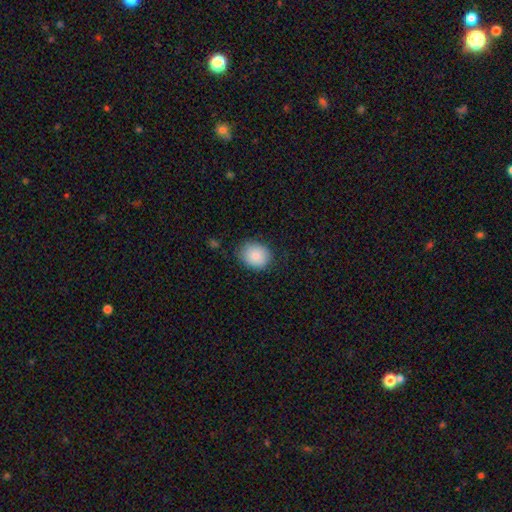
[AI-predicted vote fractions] Smooth or featured?
  - smooth: 83% *
  - featured or disk: 9%
  - star or artifact: 8%
How rounded?
  - round: 57% *
  - in between: 42%
  - cigar-shaped: 1%
Merging?
  - none: 77% *
  - minor disturbance: 18%
  - major disturbance: 4%
  - merger: 1%